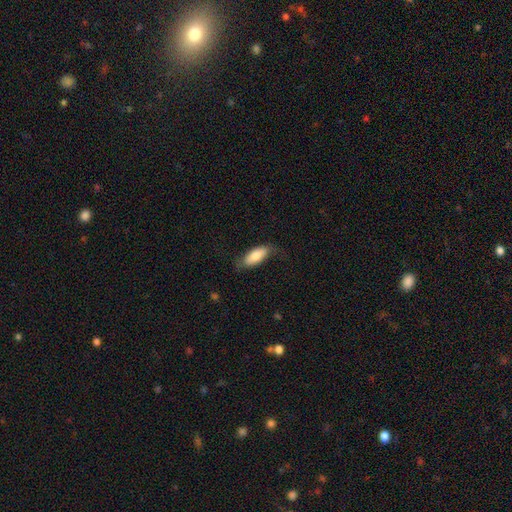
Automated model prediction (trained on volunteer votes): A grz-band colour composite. It shows a smooth galaxy with no disk features (79%) that is in between round and cigar-shaped (81%). Merging: none (66%).